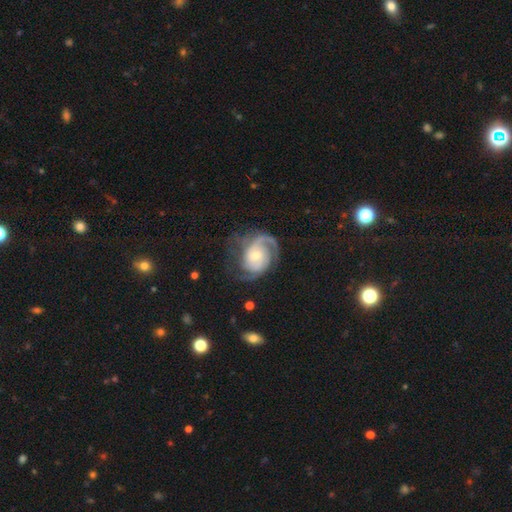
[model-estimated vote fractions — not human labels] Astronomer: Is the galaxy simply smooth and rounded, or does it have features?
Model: featured or disk — 87%.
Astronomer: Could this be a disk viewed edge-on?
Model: no — 98%.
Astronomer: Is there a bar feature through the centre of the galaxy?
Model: no — 60%.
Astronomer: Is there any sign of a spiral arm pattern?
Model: yes — 97%.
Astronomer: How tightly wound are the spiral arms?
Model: medium — 43% (runner-up: tight, 42%).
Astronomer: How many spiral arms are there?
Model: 2 — 54%.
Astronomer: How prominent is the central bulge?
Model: small — 47% (runner-up: moderate, 46%).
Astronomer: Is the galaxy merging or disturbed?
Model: none — 61%.